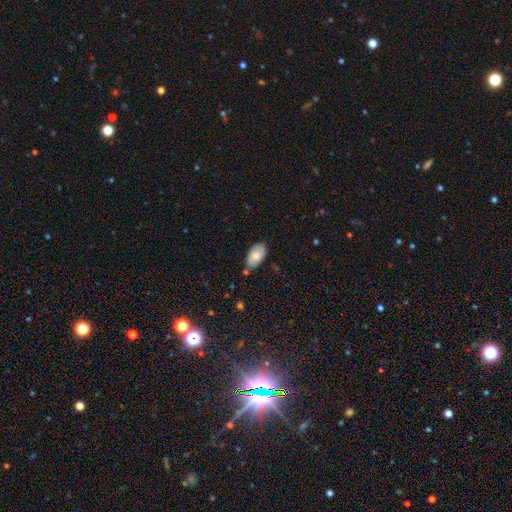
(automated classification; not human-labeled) smooth 74%, featured or disk 20%, star or artifact 7%. Down the decision tree: how rounded — in between (95%); merging — none (77%).